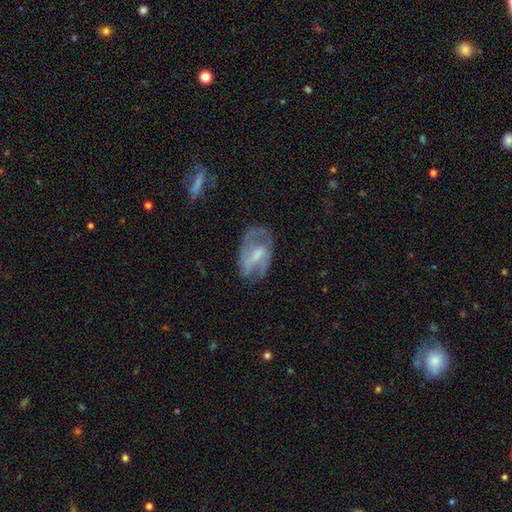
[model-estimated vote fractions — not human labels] Smooth or featured? featured or disk (67%)
Edge-on disk? no (95%)
Bar? weak (47%)
Spiral arms? yes (73%)
Bulge size? moderate (36%)
Merging? none (55%)